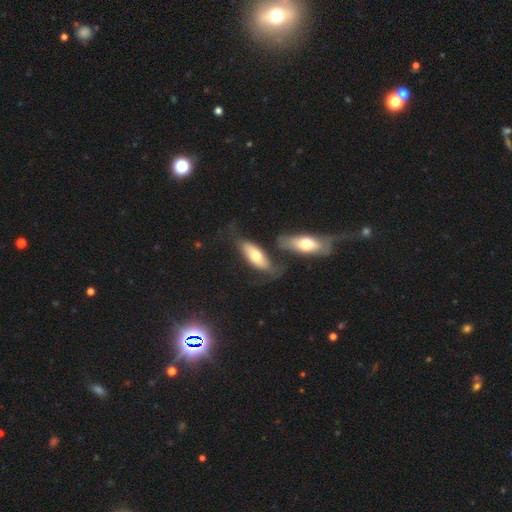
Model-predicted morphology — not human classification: smooth_or_featured: smooth (p=0.60) [alt: featured or disk p=0.34]
how_rounded: in between (p=0.78) [alt: cigar-shaped p=0.19]
merging: none (p=0.50) [alt: merger p=0.22]